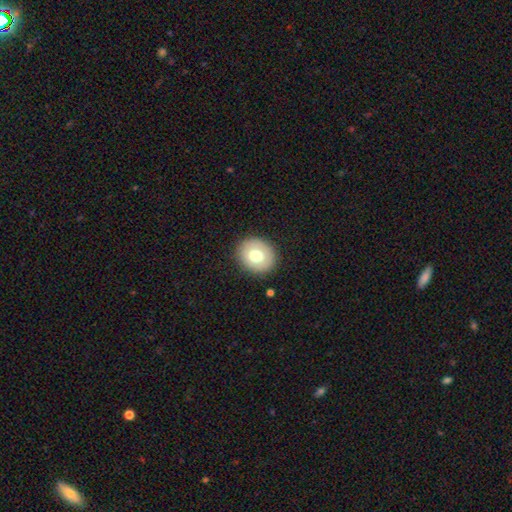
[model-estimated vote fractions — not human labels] Q: Smooth or featured?
A: smooth (70%); runner-up: featured or disk (22%)
Q: How rounded?
A: round (70%); runner-up: in between (30%)
Q: Merging?
A: none (88%); runner-up: minor disturbance (8%)